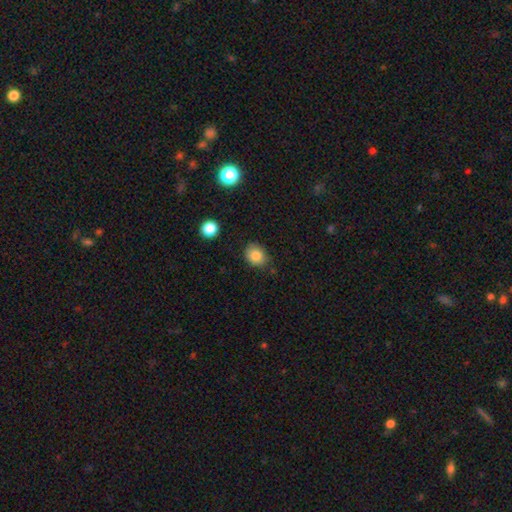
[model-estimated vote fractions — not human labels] Smooth or featured: smooth — 83% (star or artifact — 10%)
How rounded: round — 56% (in between — 44%)
Merging: none — 77% (minor disturbance — 18%)